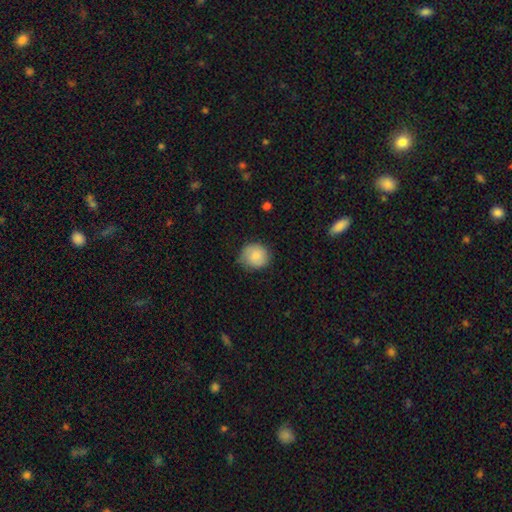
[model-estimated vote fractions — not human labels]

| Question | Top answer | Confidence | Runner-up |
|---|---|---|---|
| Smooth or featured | smooth | 81% | featured or disk (12%) |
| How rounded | round | 83% | in between (16%) |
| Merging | none | 68% | minor disturbance (26%) |